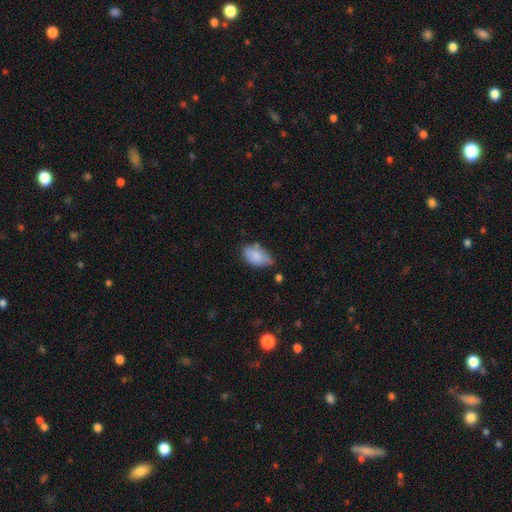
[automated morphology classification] type=smooth (75%); roundness=in between (92%); merging=none (42%).